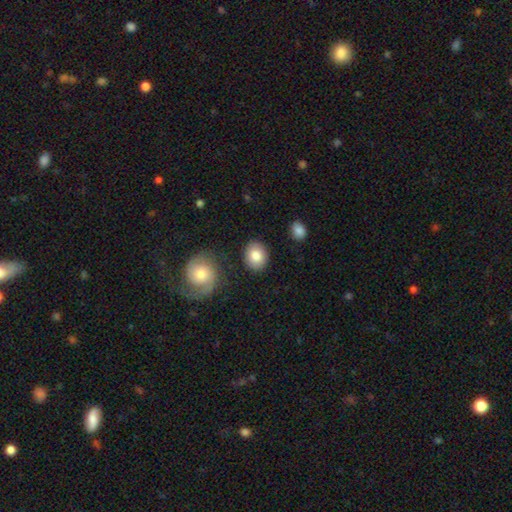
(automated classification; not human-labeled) This appears to be a smooth galaxy with no disk features (83%) that is round (50%). Merging: none (85%).